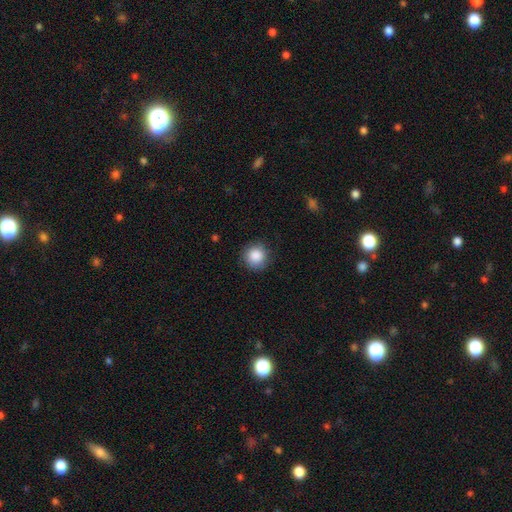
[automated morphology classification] The model was most divided on "merging": none: 86%, minor disturbance: 10%, major disturbance: 3%, merger: 1%. More confident: how rounded — round (93%); smooth or featured — smooth (87%).